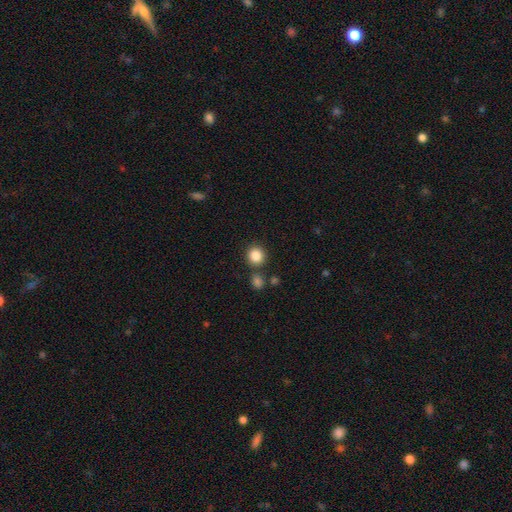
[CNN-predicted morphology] Smooth or featured: smooth — 86% (star or artifact — 10%)
How rounded: round — 88% (in between — 11%)
Merging: none — 80% (merger — 9%)